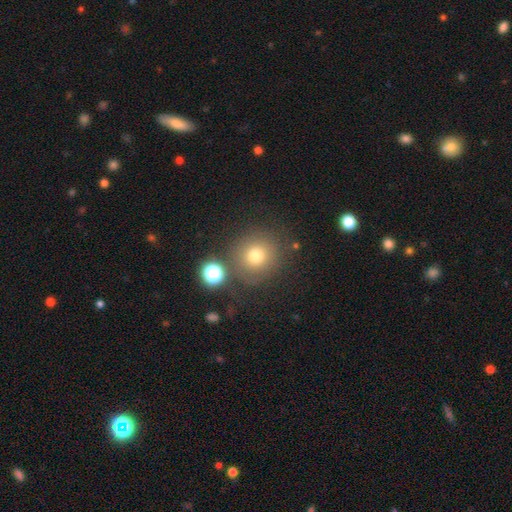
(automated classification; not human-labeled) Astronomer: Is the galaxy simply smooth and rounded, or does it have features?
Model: smooth — 74%.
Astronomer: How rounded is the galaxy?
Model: round — 92%.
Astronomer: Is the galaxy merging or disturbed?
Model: none — 79%.